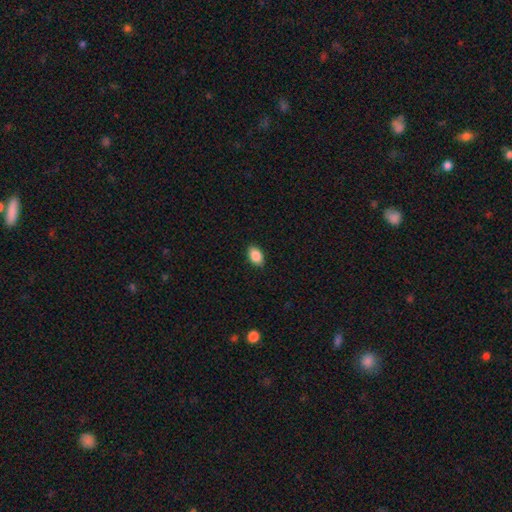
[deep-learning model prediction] Smooth or featured? smooth (88%)
How rounded? in between (89%)
Merging? none (88%)